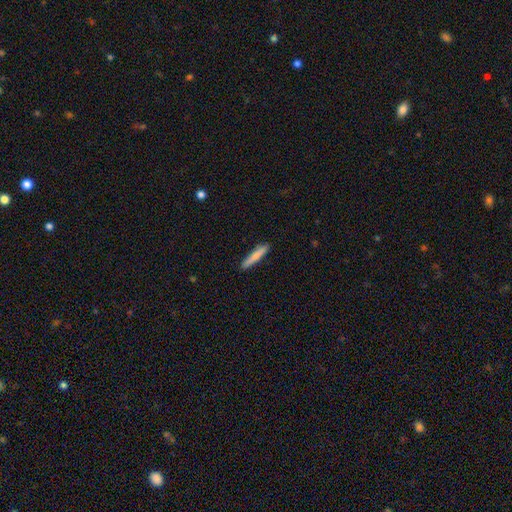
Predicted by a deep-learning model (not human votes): Smooth or featured? smooth (76%)
How rounded? cigar-shaped (93%)
Merging? none (89%)